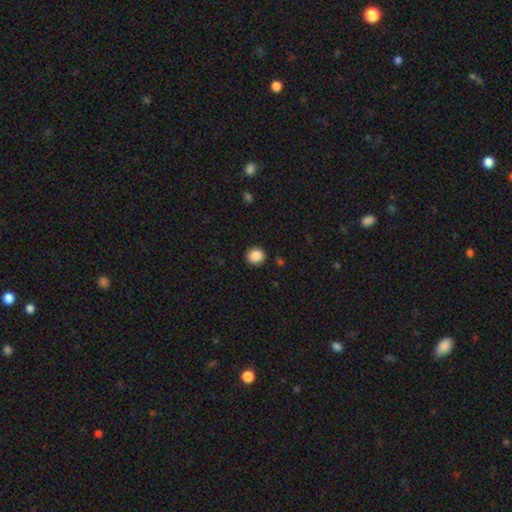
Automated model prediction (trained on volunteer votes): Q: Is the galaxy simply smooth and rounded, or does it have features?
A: smooth — 88%.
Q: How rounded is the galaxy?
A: round — 86%.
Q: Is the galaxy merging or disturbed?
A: none — 89%.